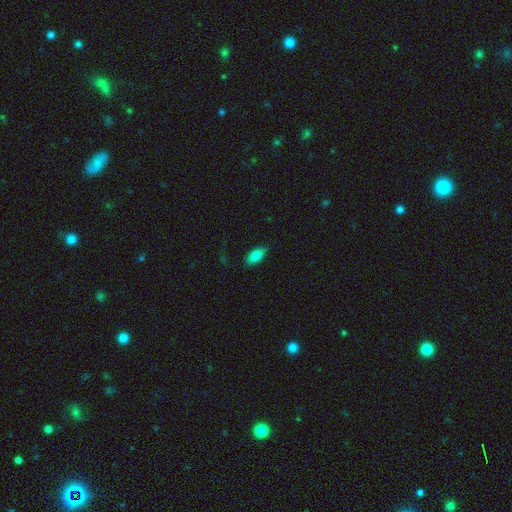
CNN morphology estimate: smooth_or_featured: smooth (p=0.80) [alt: featured or disk p=0.12]
how_rounded: in between (p=0.87) [alt: cigar-shaped p=0.10]
merging: none (p=0.84) [alt: minor disturbance p=0.12]